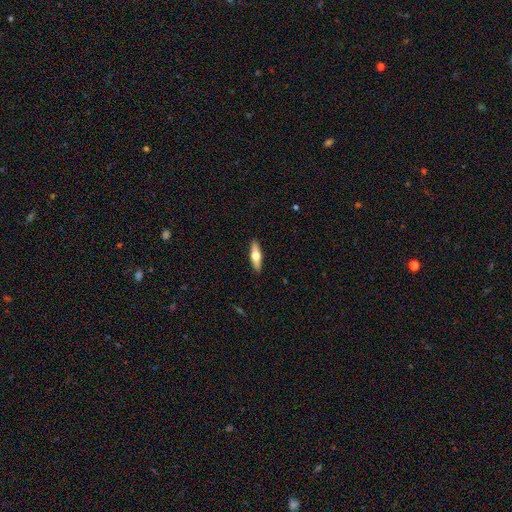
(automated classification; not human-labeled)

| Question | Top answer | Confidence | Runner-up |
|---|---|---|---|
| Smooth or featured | featured or disk | 47% | tied: smooth (47%) |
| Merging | none | 91% | minor disturbance (7%) |